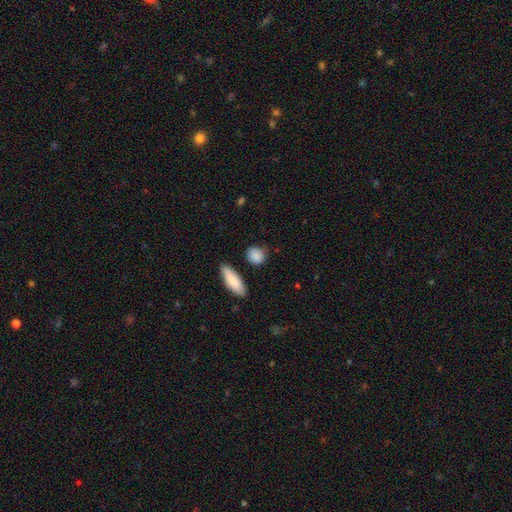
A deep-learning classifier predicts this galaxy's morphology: Smooth or featured? smooth (87%)
How rounded? round (63%)
Merging? none (79%)